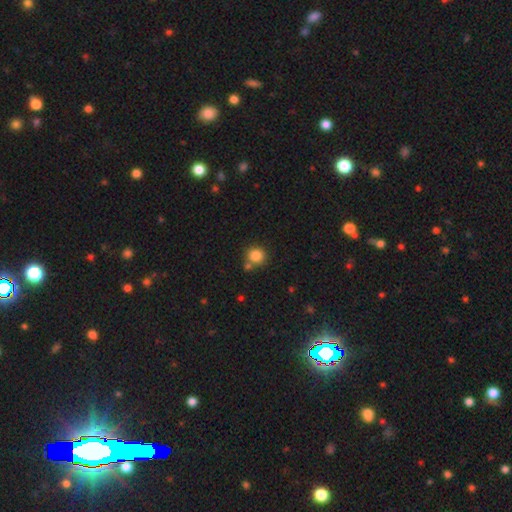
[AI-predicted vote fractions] Overall: smooth (84%). How rounded: round (87%). Merging: none (70%).